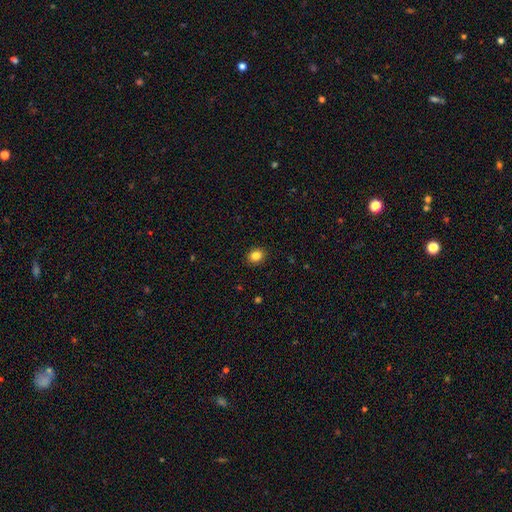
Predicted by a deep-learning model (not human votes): The model was most divided on "how rounded": round: 61%, in between: 38%, cigar-shaped: 1%. More confident: merging — none (91%); smooth or featured — smooth (84%).